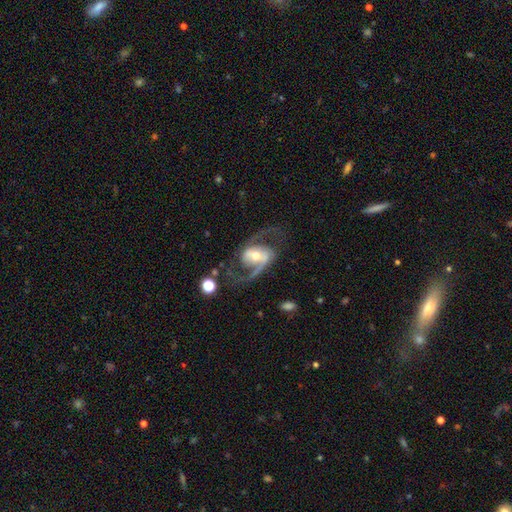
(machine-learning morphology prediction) The model was most divided on "bar": weak: 38%, no: 33%, strong: 29%. More confident: edge-on disk — no (97%); spiral arms — yes (95%); spiral arm count — 2 (92%); smooth or featured — featured or disk (89%); merging — none (71%); bulge size — moderate (62%); spiral winding — medium (51%).